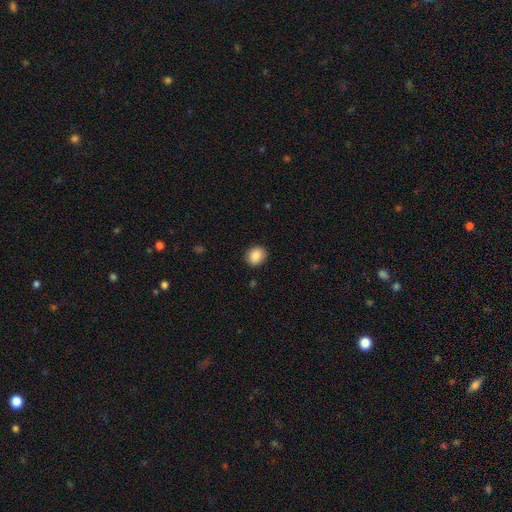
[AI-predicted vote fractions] A smooth galaxy with no disk features (88%) that is round (70%).

Vote fractions:
- Smooth or featured? smooth: 88% / star or artifact: 8% / featured or disk: 4%
- How rounded? round: 70% / in between: 29% / cigar-shaped: 1%
- Merging? none: 89% / minor disturbance: 8% / major disturbance: 2% / merger: 1%